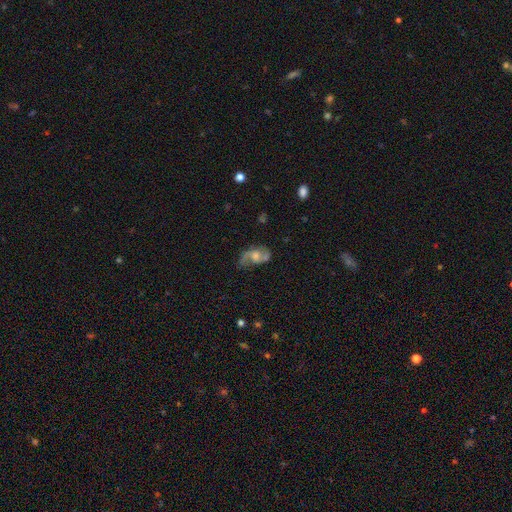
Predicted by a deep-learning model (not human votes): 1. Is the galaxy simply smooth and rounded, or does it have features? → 75% featured or disk, 16% smooth, 9% star or artifact.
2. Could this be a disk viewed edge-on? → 96% no, 4% yes.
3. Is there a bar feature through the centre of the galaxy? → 60% no, 34% weak, 6% strong.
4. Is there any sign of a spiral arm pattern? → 90% yes, 10% no.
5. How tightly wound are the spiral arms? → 48% loose, 40% medium, 12% tight.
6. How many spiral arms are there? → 85% 2, 6% can't tell, 6% 1, 1% 3, 1% 4, 1% more than 4.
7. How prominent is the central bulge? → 55% moderate, 22% small, 14% large, 7% none, 2% dominant.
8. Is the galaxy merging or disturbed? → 63% none, 20% minor disturbance, 13% major disturbance, 4% merger.